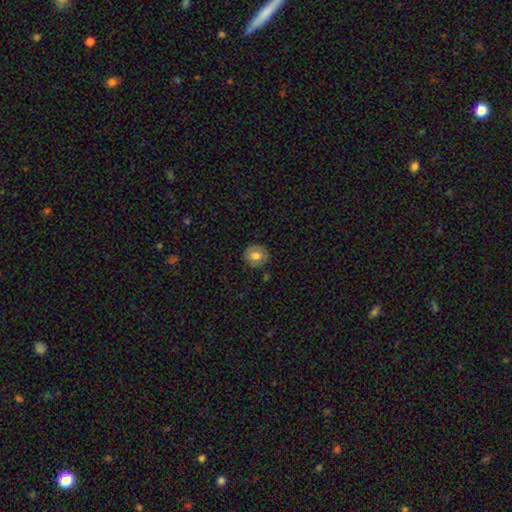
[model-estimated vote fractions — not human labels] Smooth or featured? Predicted: smooth (p=0.72). How rounded? Predicted: round (p=0.87). Merging? Predicted: none (p=0.87).